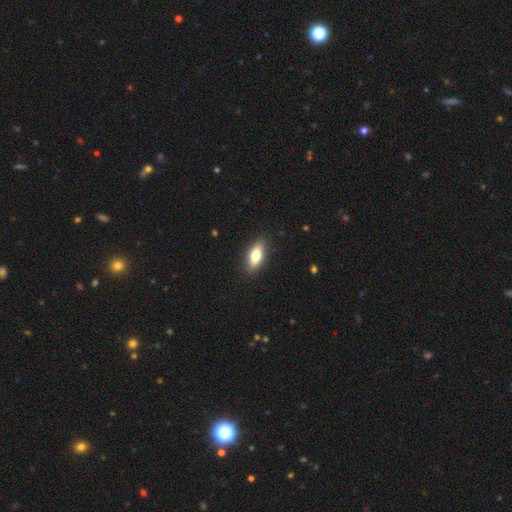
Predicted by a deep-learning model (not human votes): This appears to be a smooth galaxy with no disk features (71%) that is in between round and cigar-shaped (75%). Merging: none (88%).